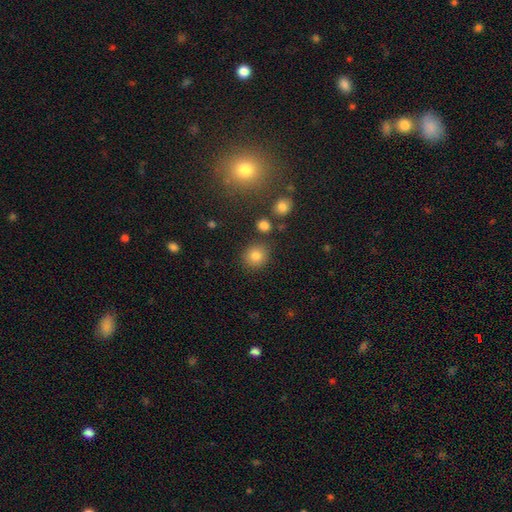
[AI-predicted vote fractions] Smooth or featured: smooth — 81% (star or artifact — 12%)
How rounded: round — 85% (in between — 14%)
Merging: none — 83% (minor disturbance — 9%)